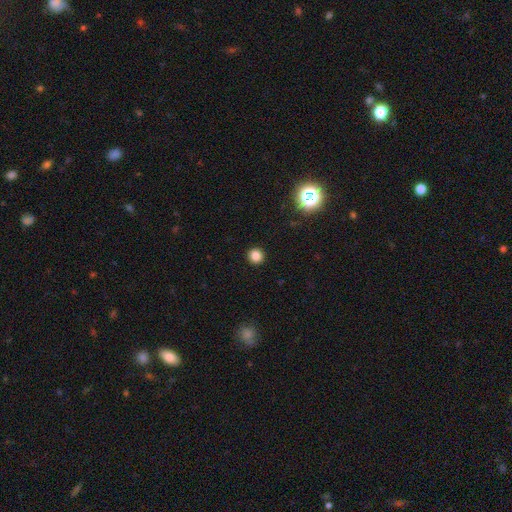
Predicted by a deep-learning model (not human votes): Q: Smooth or featured?
A: smooth (83%); runner-up: star or artifact (13%)
Q: How rounded?
A: round (92%); runner-up: in between (7%)
Q: Merging?
A: none (93%); runner-up: minor disturbance (4%)